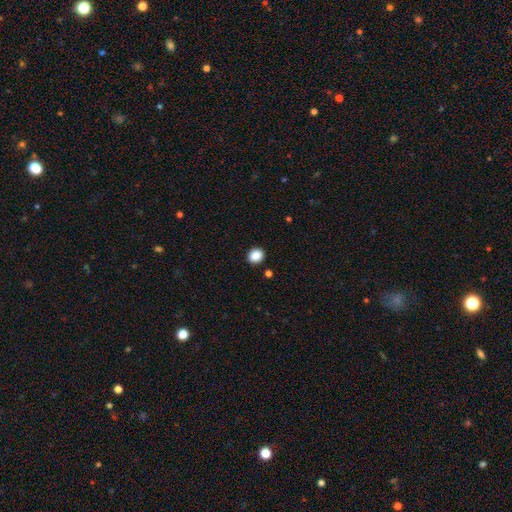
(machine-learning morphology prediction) smooth_or_featured: smooth (p=0.88) [alt: star or artifact p=0.09]
how_rounded: round (p=0.75) [alt: in between p=0.24]
merging: none (p=0.91) [alt: minor disturbance p=0.06]